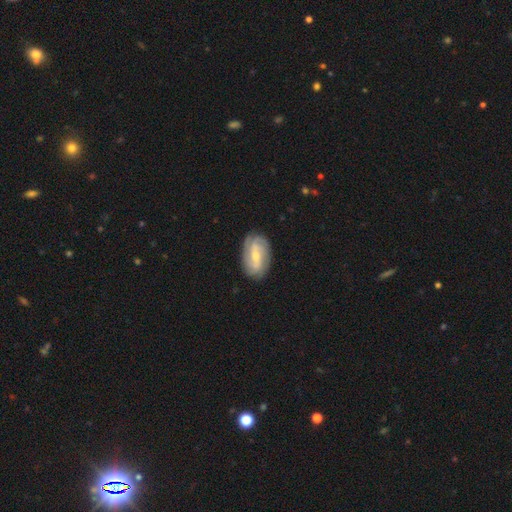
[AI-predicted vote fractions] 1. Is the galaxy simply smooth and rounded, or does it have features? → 74% featured or disk, 21% smooth, 6% star or artifact.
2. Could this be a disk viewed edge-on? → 95% no, 5% yes.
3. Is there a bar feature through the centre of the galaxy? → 47% weak, 27% strong, 26% no.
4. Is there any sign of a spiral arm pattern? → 91% yes, 9% no.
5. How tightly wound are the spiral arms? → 48% tight, 35% medium, 17% loose.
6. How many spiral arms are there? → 40% 2, 26% can't tell, 19% 3, 7% 4, 4% 1, 3% more than 4.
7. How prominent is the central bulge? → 50% small, 44% moderate, 2% large, 2% none, 1% dominant.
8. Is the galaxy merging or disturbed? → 82% none, 13% minor disturbance, 4% major disturbance, 1% merger.